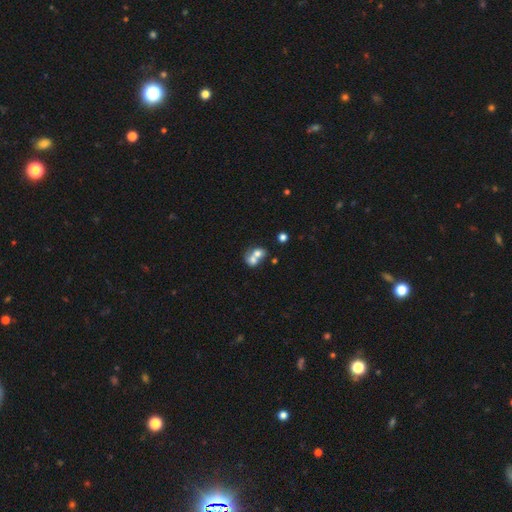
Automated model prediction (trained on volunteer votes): Smooth or featured? smooth (66%)
How rounded? round (52%)
Merging? merger (73%)